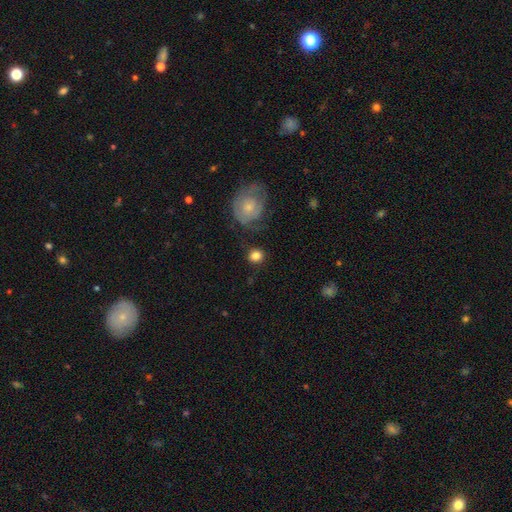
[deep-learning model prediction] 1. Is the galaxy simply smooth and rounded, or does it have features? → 82% smooth, 10% featured or disk, 8% star or artifact.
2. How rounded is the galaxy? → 84% round, 14% in between, 1% cigar-shaped.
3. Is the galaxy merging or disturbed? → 76% none, 14% minor disturbance, 6% major disturbance, 4% merger.